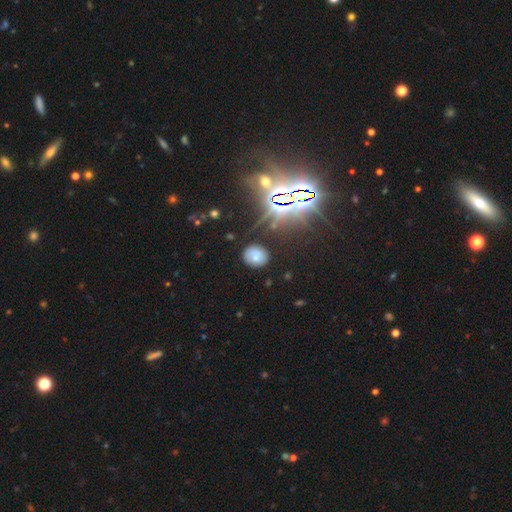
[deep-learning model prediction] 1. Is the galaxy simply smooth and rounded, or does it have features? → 64% smooth, 20% star or artifact, 15% featured or disk.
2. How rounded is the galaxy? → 68% round, 31% in between, 1% cigar-shaped.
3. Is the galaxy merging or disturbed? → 81% none, 13% minor disturbance, 3% major disturbance, 3% merger.